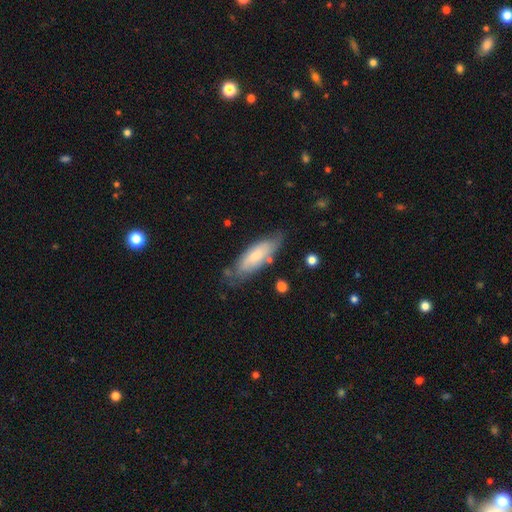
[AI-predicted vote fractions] The model was most divided on "how rounded": in between: 61%, cigar-shaped: 37%, round: 2%. More confident: merging — none (67%); smooth or featured — smooth (66%).